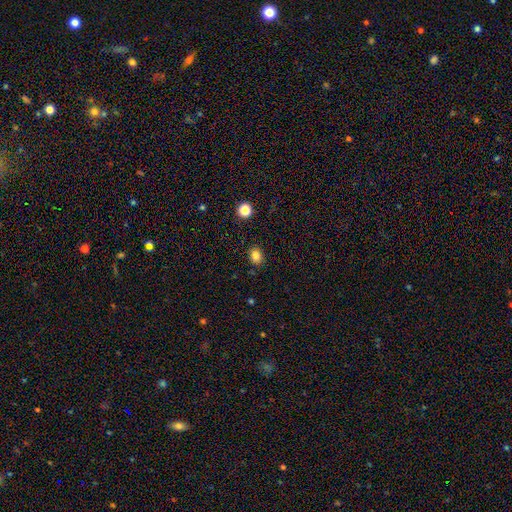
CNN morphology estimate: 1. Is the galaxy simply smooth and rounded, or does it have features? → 83% smooth, 12% star or artifact, 5% featured or disk.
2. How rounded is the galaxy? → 50% round, 49% in between, 1% cigar-shaped.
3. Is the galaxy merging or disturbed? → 88% none, 8% minor disturbance, 2% major disturbance, 2% merger.